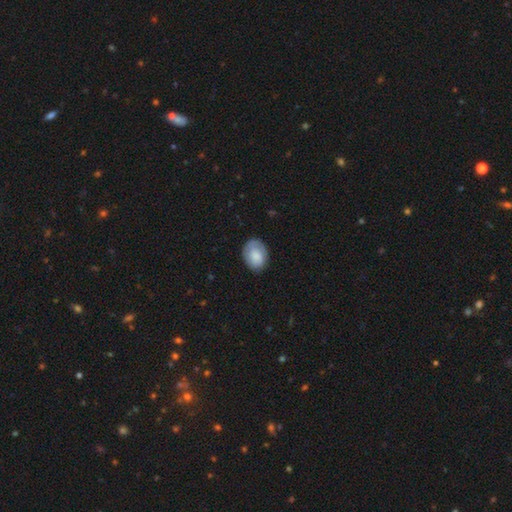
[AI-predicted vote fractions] Morphology: type=smooth (77%); roundness=in between (70%); merging=none (73%).